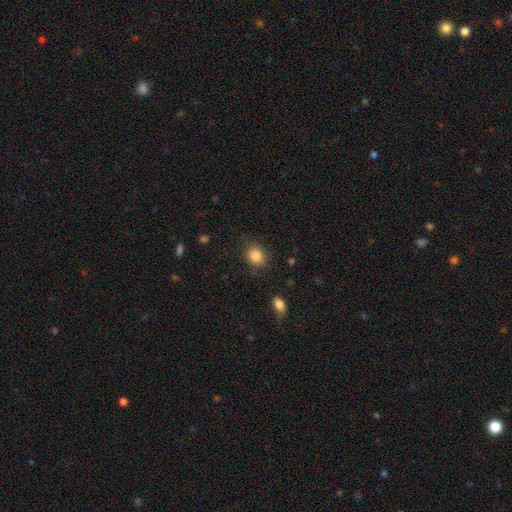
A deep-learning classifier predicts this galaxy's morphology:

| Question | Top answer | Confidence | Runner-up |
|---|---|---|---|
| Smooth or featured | smooth | 86% | star or artifact (10%) |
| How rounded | round | 62% | in between (37%) |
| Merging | none | 82% | minor disturbance (13%) |